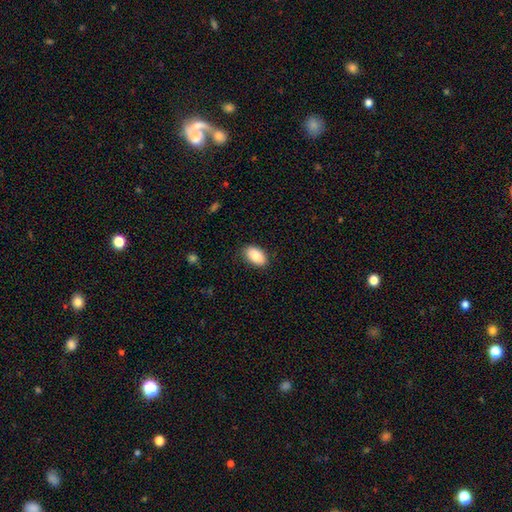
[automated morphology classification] Smooth or featured? Predicted: smooth (p=0.89). How rounded? Predicted: in between (p=0.94). Merging? Predicted: none (p=0.85).